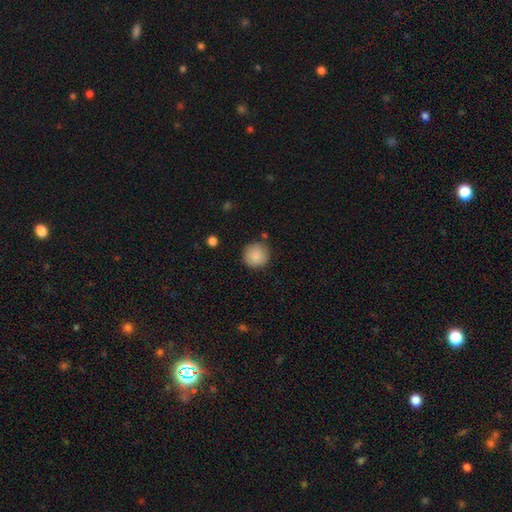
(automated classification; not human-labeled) A smooth galaxy with no disk features (88%) that is round (94%). Merging: none (85%).